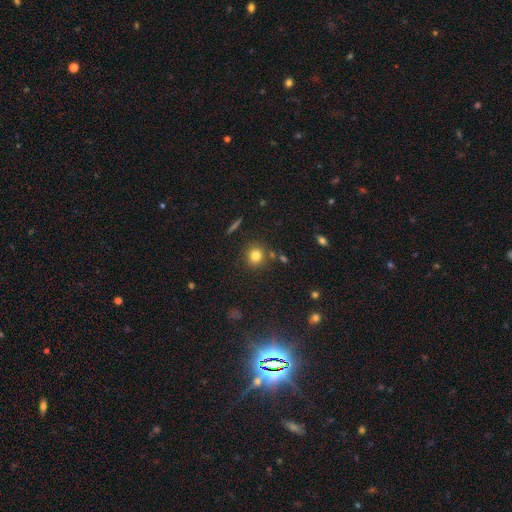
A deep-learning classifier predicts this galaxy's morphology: Overall: smooth (79%). How rounded: round (89%). Merging: none (83%).